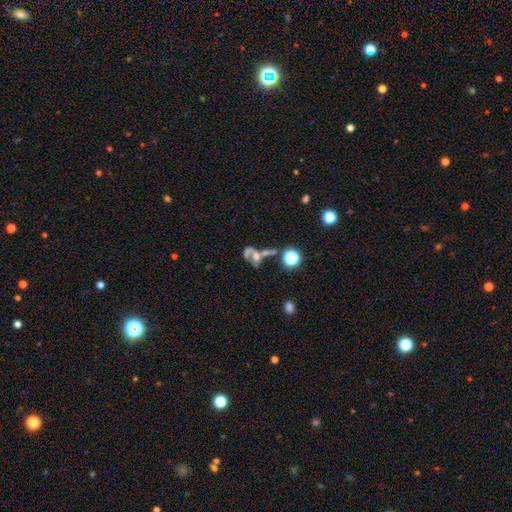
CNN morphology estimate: smooth_or_featured: featured or disk (p=0.45) [alt: smooth p=0.37]
merging: merger (p=0.50) [alt: major disturbance p=0.21]